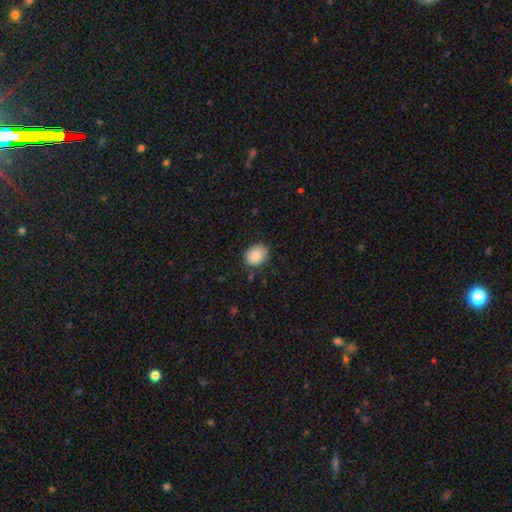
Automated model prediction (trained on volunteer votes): A smooth galaxy with no disk features (87%) that is in between round and cigar-shaped (52%).

Vote fractions:
- Smooth or featured? smooth: 87% / star or artifact: 8% / featured or disk: 5%
- How rounded? in between: 52% / round: 47% / cigar-shaped: 1%
- Merging? none: 82% / minor disturbance: 14% / major disturbance: 3% / merger: 2%